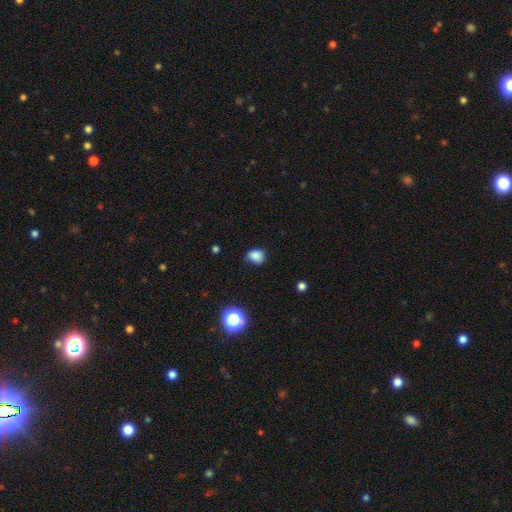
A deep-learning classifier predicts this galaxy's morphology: type=smooth (83%); roundness=in between (51%); merging=none (73%).